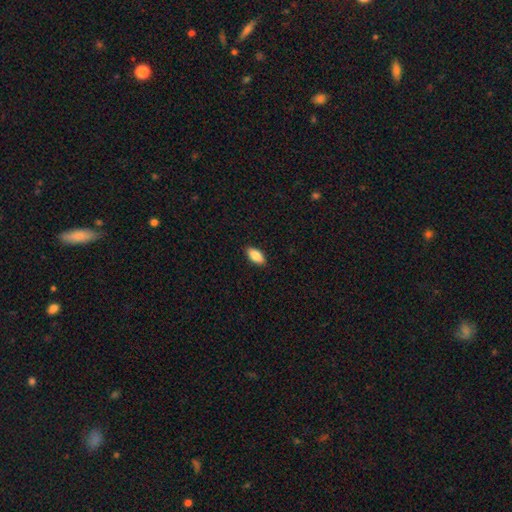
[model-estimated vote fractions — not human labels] Smooth or featured? Predicted: smooth (p=0.87). How rounded? Predicted: in between (p=0.91). Merging? Predicted: none (p=0.89).